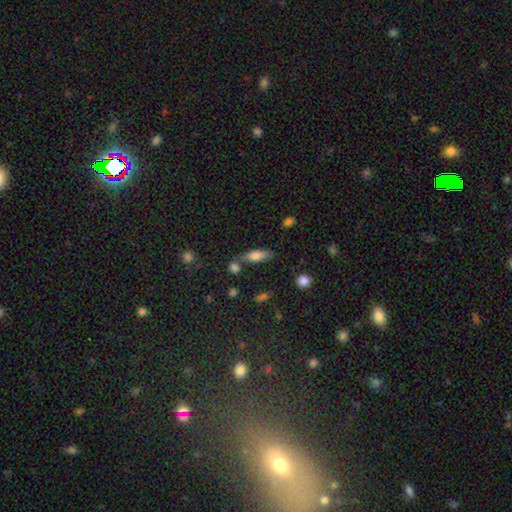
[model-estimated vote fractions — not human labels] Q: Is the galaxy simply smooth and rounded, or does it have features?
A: smooth — 74%.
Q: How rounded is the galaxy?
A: in between — 61%.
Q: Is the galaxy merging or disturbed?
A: none — 60%.